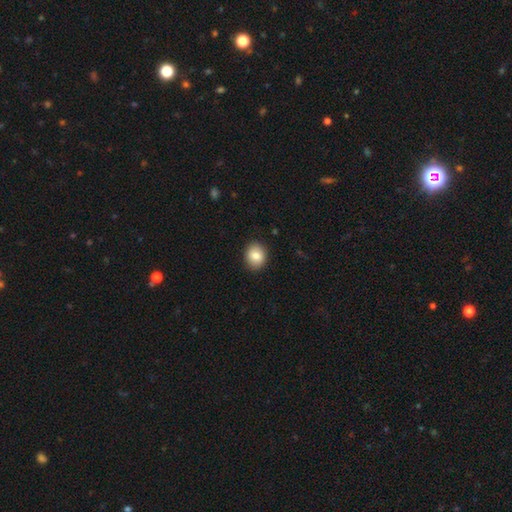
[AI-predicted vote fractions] smooth_or_featured: smooth (p=0.83) [alt: star or artifact p=0.08]
how_rounded: round (p=0.58) [alt: in between p=0.41]
merging: none (p=0.89) [alt: minor disturbance p=0.08]